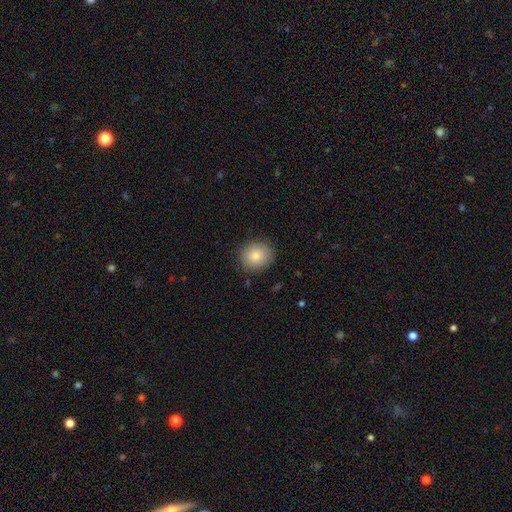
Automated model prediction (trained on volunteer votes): smooth_or_featured: smooth (p=0.85) [alt: star or artifact p=0.08]
how_rounded: round (p=0.79) [alt: in between p=0.20]
merging: none (p=0.87) [alt: minor disturbance p=0.09]